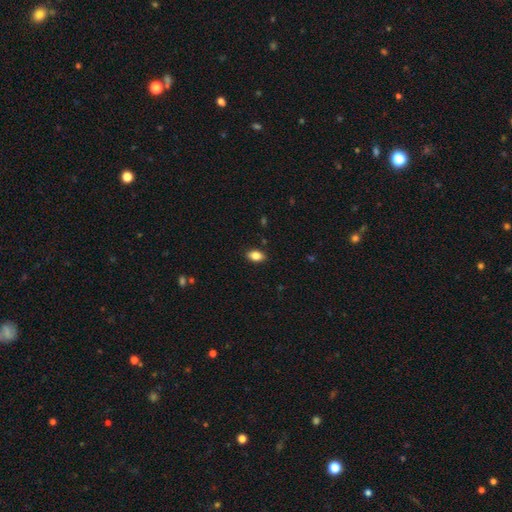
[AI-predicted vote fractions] Smooth or featured? Predicted: smooth (p=0.85). How rounded? Predicted: in between (p=0.88). Merging? Predicted: none (p=0.88).